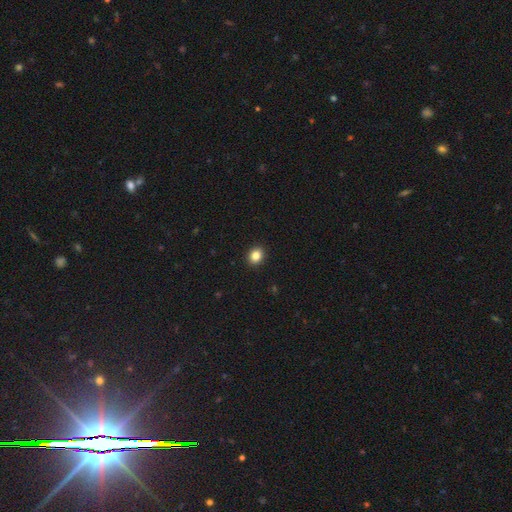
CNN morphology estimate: type=smooth (85%); roundness=round (68%); merging=none (93%).